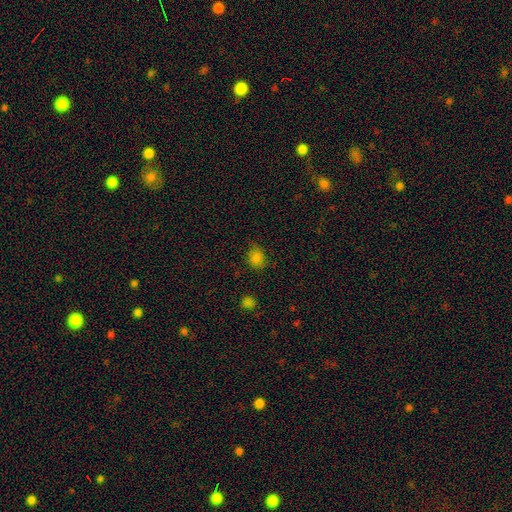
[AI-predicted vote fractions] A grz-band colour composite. It shows a smooth galaxy with no disk features (80%) that is round (61%). Merging: none (75%).